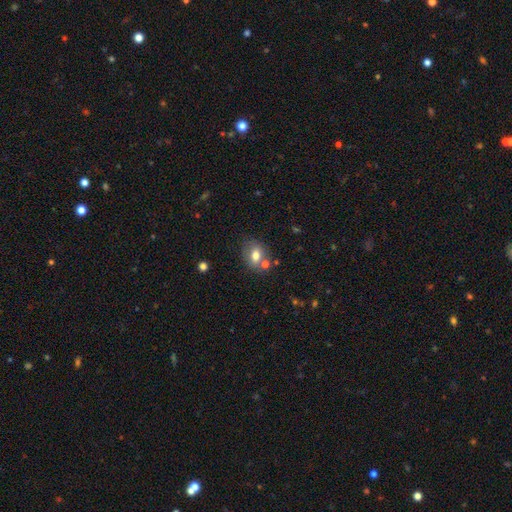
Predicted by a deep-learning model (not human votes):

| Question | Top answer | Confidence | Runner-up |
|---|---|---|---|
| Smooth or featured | smooth | 73% | featured or disk (16%) |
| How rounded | in between | 61% | round (38%) |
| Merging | none | 63% | merger (17%) |